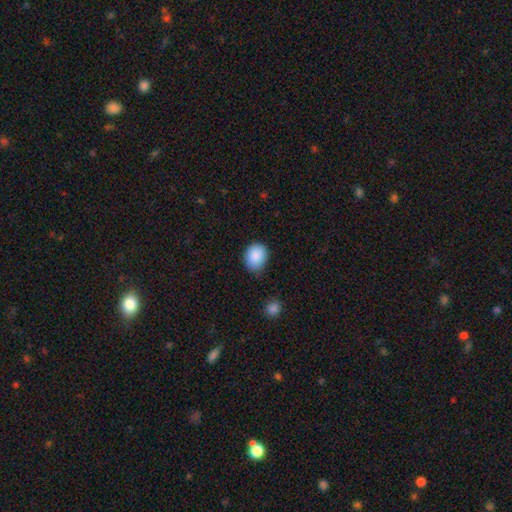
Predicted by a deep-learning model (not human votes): smooth_or_featured: smooth (p=0.89) [alt: star or artifact p=0.08]
how_rounded: round (p=0.54) [alt: in between p=0.45]
merging: none (p=0.75) [alt: minor disturbance p=0.19]